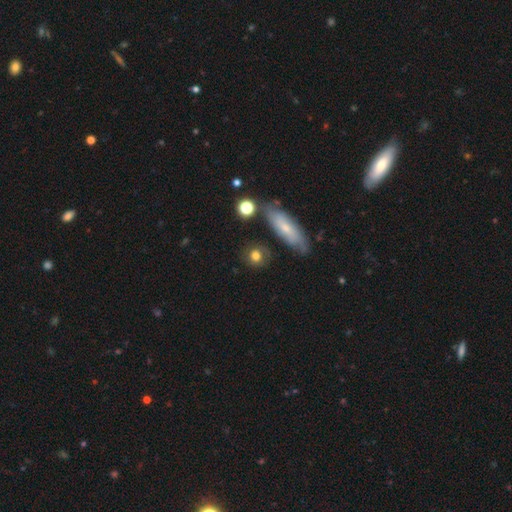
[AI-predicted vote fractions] This is likely a smooth galaxy (76%). How rounded: clearly round (80%). Merging: likely none (77%).